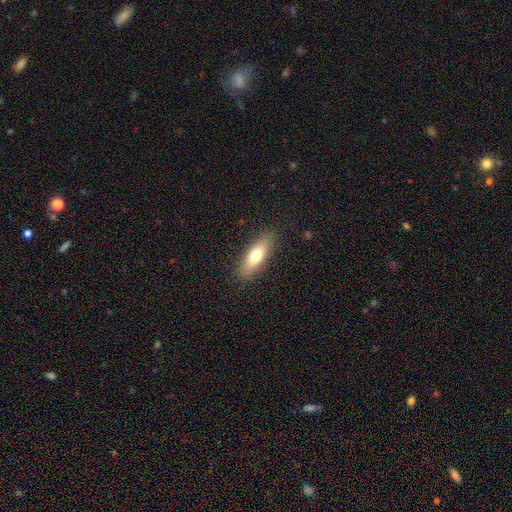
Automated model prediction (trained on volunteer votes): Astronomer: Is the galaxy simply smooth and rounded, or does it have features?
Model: smooth — 69%.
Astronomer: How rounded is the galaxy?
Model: in between — 55% (runner-up: cigar-shaped, 43%).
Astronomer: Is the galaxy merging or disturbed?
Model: none — 87%.